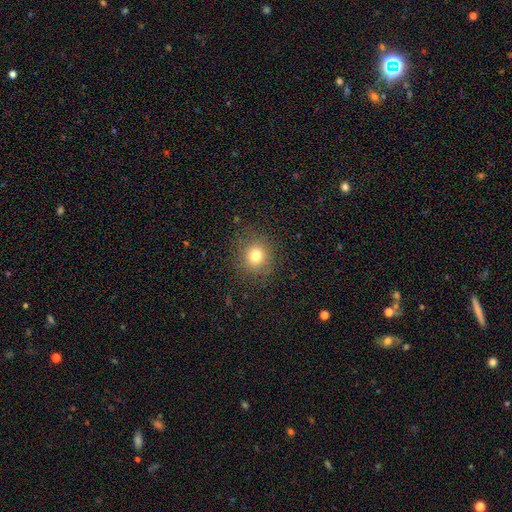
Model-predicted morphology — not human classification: Overall: smooth (77%). How rounded: round (89%). Merging: none (87%).